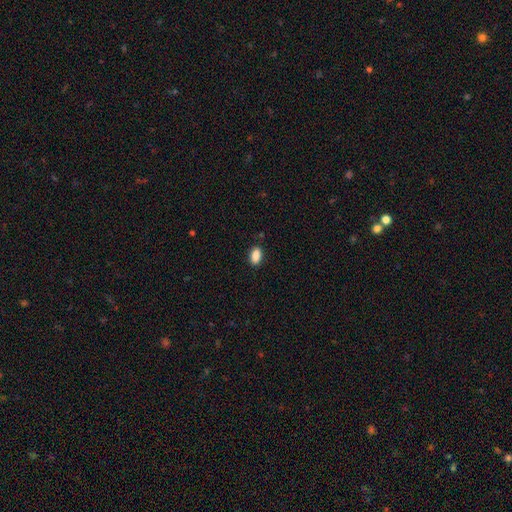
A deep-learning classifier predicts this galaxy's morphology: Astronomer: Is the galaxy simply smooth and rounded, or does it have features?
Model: smooth — 89%.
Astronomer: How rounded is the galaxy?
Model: in between — 91%.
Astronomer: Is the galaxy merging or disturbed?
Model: none — 87%.